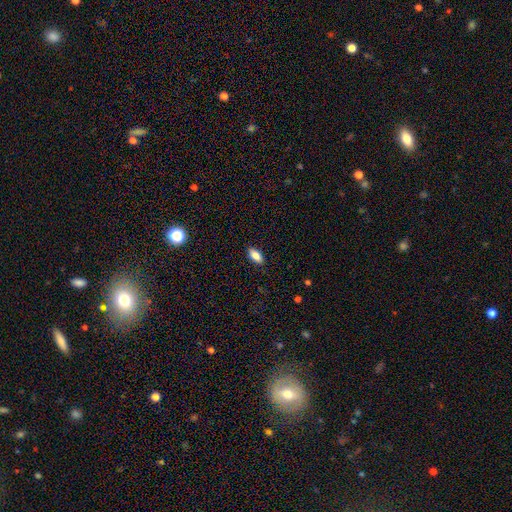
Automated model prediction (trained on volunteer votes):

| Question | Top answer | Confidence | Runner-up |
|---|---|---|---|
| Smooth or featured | smooth | 85% | star or artifact (8%) |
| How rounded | in between | 89% | cigar-shaped (8%) |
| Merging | none | 88% | minor disturbance (9%) |